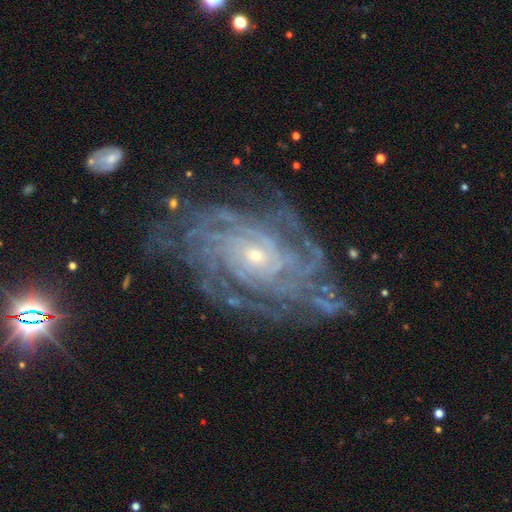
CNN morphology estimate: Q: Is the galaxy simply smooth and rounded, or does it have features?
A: featured or disk — 90%.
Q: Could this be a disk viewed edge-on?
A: no — 96%.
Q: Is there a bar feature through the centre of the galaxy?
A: no — 72%.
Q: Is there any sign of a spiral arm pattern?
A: yes — 98%.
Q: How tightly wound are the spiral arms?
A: tight — 77%.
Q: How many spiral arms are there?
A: can't tell — 28%.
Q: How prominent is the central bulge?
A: small — 76%.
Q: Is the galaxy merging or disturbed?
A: none — 75%.